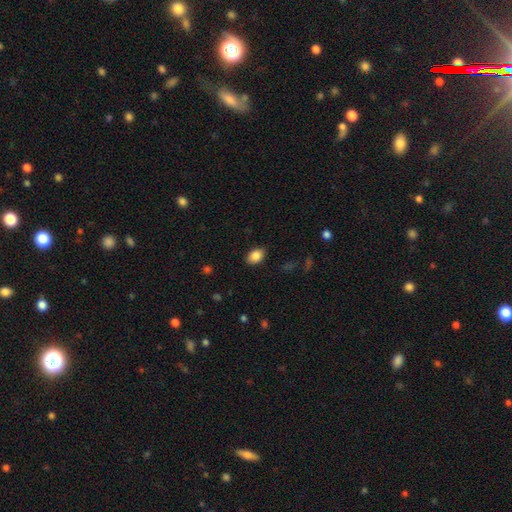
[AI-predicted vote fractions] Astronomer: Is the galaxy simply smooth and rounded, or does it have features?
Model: smooth — 86%.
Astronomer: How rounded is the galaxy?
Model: in between — 85%.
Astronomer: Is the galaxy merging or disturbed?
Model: none — 85%.